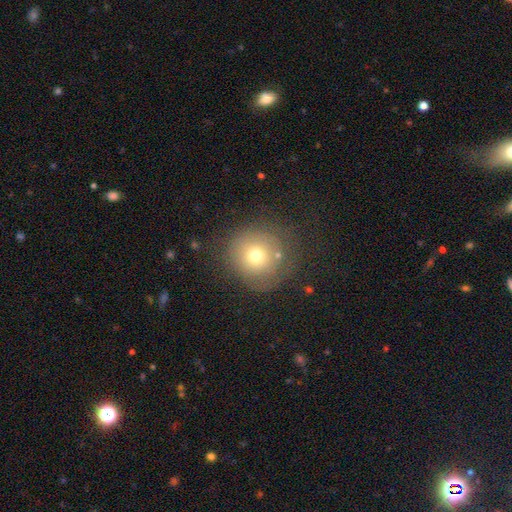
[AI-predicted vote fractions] smooth-or-featured: smooth: 69% | featured or disk: 17% | star or artifact: 14%
  how-rounded: round: 91% | in between: 8% | cigar-shaped: 1%
  merging: none: 70% | minor disturbance: 16% | major disturbance: 10% | merger: 3%